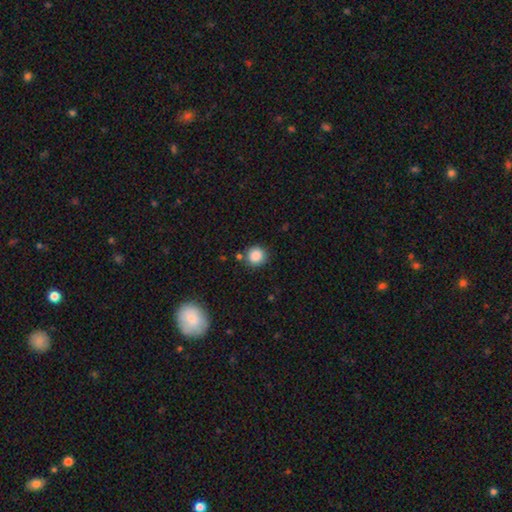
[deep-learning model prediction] Overall: smooth (87%). How rounded: round (92%). Merging: none (83%).